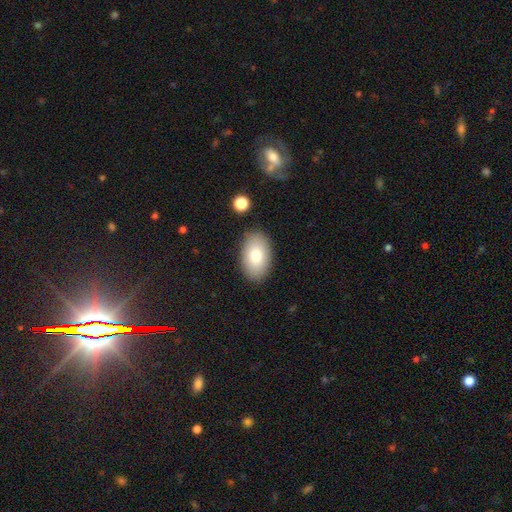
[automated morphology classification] A smooth galaxy with no disk features (79%) that is in between round and cigar-shaped (92%). Merging: none (86%).